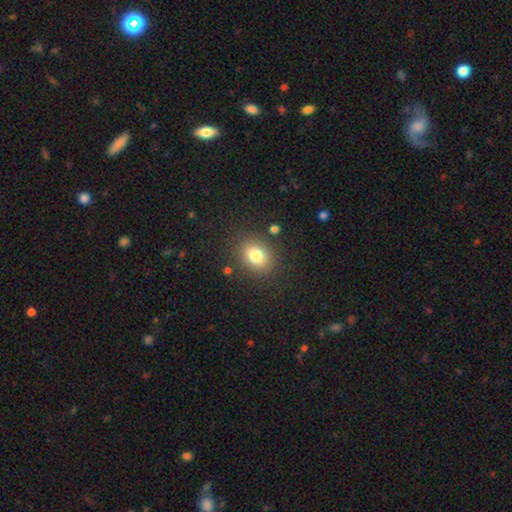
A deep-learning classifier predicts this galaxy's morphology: smooth-or-featured: smooth: 80% | star or artifact: 11% | featured or disk: 8%
  how-rounded: in between: 54% | round: 45% | cigar-shaped: 1%
  merging: none: 84% | minor disturbance: 10% | major disturbance: 4% | merger: 3%